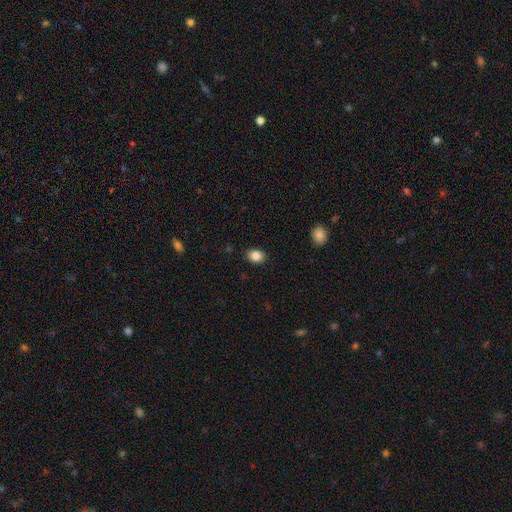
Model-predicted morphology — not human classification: This appears to be a smooth galaxy with no disk features (86%) that is in between round and cigar-shaped (71%). Merging: none (88%).